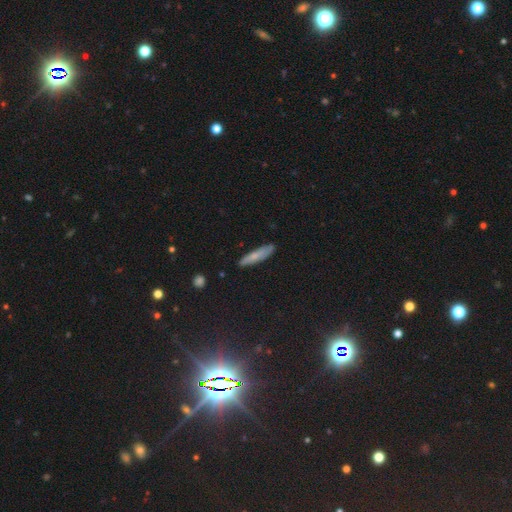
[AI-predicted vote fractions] Smooth or featured? Predicted: smooth (p=0.64). How rounded? Predicted: cigar-shaped (p=0.81). Merging? Predicted: none (p=0.82).